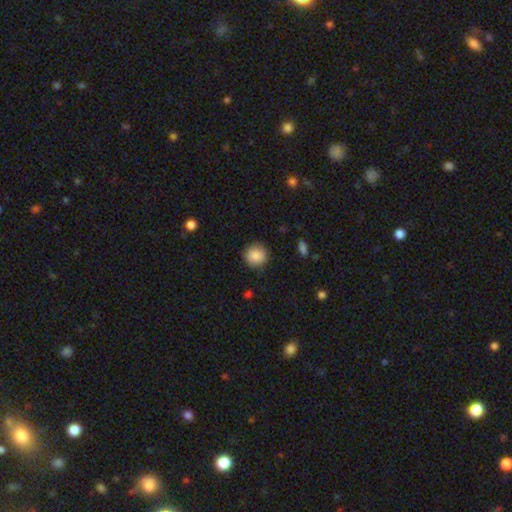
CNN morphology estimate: This is clearly a smooth galaxy (86%). How rounded: clearly round (91%). Merging: clearly none (86%).